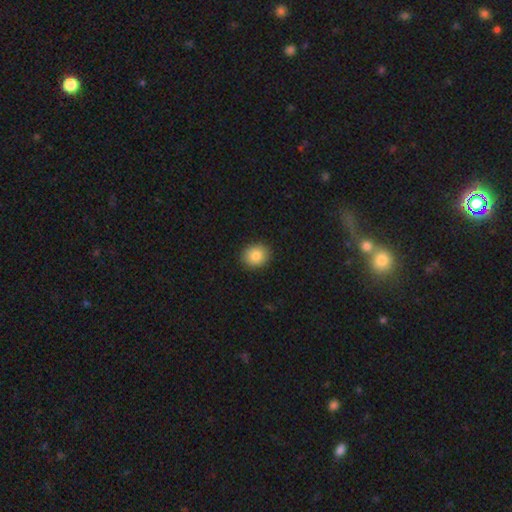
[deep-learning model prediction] The model was most divided on "how rounded": round: 72%, in between: 27%, cigar-shaped: 1%. More confident: merging — none (91%); smooth or featured — smooth (85%).